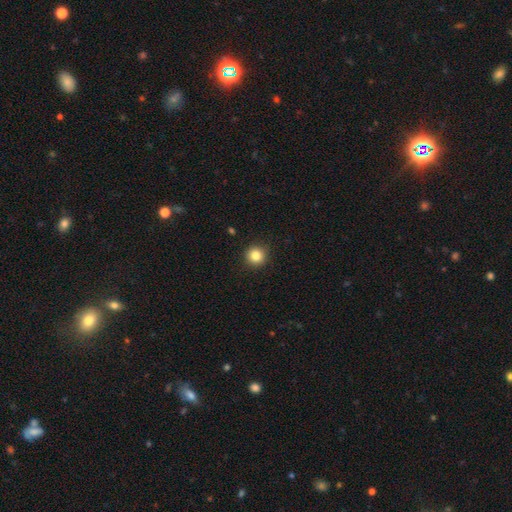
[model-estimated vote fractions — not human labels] This is clearly a smooth galaxy (83%). How rounded: clearly round (94%). Merging: clearly none (92%).